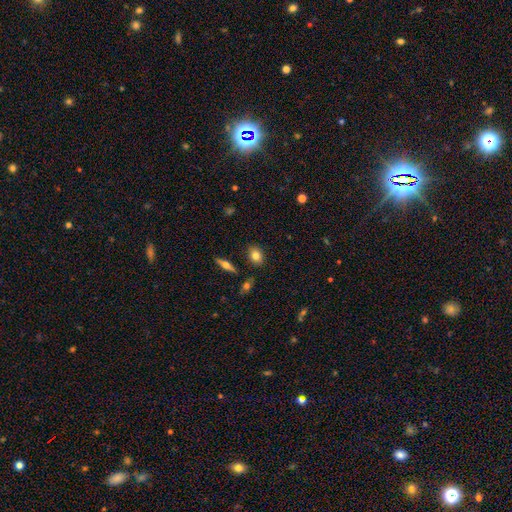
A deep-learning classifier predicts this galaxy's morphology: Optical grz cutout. It shows a smooth galaxy with no disk features (79%) that is in between round and cigar-shaped (58%). Merging: none (84%).